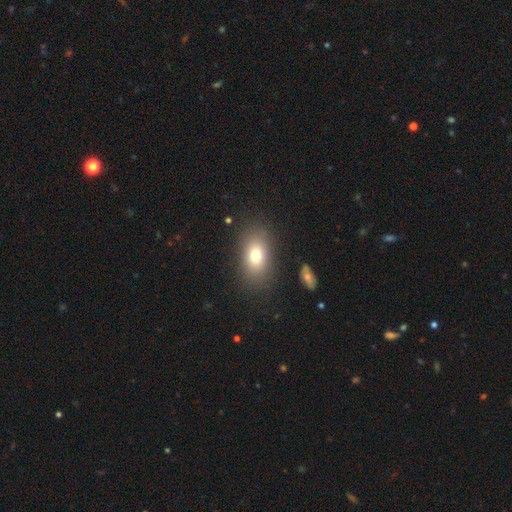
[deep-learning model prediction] Q: Smooth or featured?
A: smooth (74%); runner-up: featured or disk (14%)
Q: How rounded?
A: in between (83%); runner-up: round (15%)
Q: Merging?
A: none (83%); runner-up: minor disturbance (10%)